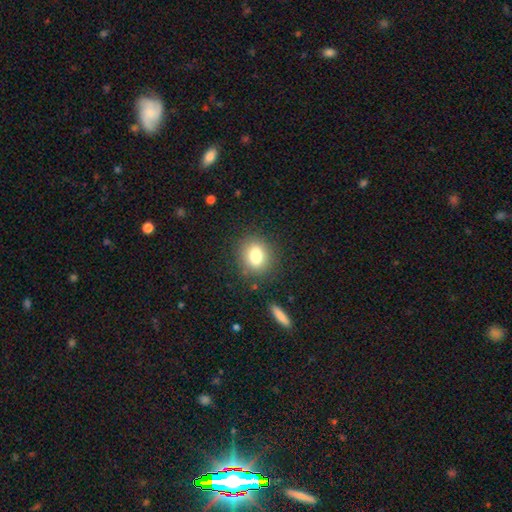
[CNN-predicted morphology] Smooth or featured: smooth — 80% (star or artifact — 10%)
How rounded: round — 62% (in between — 37%)
Merging: none — 85% (minor disturbance — 9%)